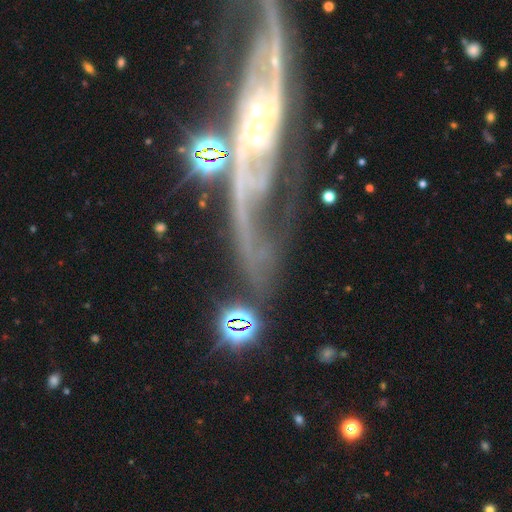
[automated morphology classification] smooth_or_featured: featured or disk (p=0.47) [alt: star or artifact p=0.33]
merging: none (p=0.44) [alt: major disturbance p=0.27]